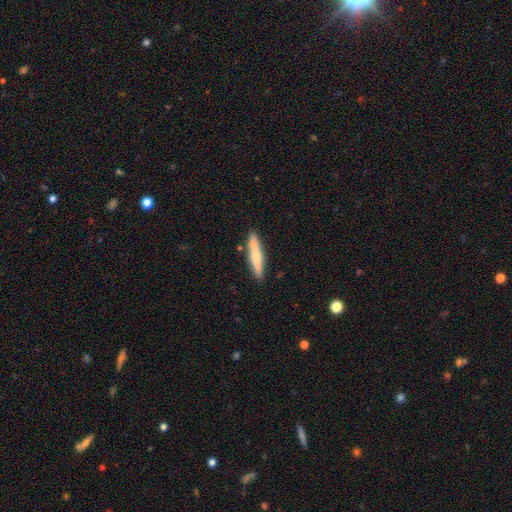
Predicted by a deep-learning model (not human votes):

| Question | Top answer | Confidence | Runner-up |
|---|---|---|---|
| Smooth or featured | smooth | 62% | featured or disk (32%) |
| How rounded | cigar-shaped | 91% | in between (8%) |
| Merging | none | 85% | minor disturbance (10%) |